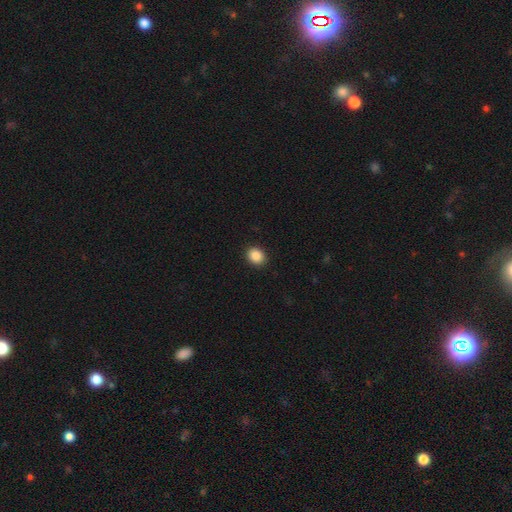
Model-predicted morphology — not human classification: Overall: smooth (88%). How rounded: round (55%; in between 44%). Merging: none (91%).